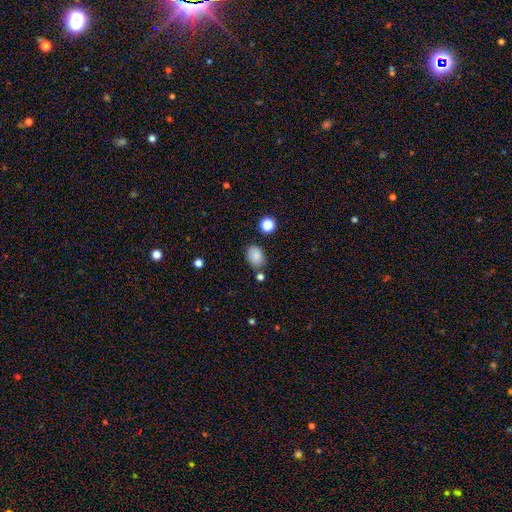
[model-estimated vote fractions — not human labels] Smooth or featured? Predicted: smooth (p=0.85). How rounded? Predicted: in between (p=0.76). Merging? Predicted: none (p=0.76).